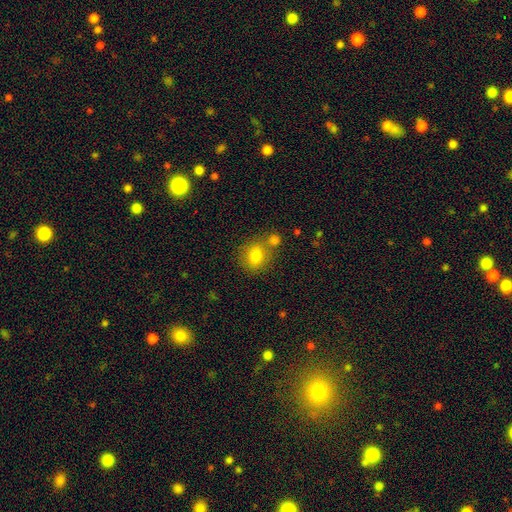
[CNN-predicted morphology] smooth-or-featured: smooth: 79% | featured or disk: 11% | star or artifact: 11%
  how-rounded: round: 61% | in between: 37% | cigar-shaped: 1%
  merging: none: 60% | merger: 24% | minor disturbance: 12% | major disturbance: 4%